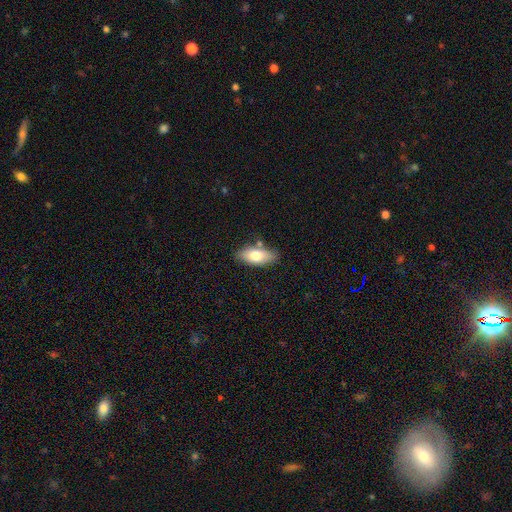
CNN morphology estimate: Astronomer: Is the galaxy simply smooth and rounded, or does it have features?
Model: smooth — 71%.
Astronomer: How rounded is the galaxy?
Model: in between — 84%.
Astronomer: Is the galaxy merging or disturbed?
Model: none — 76%.